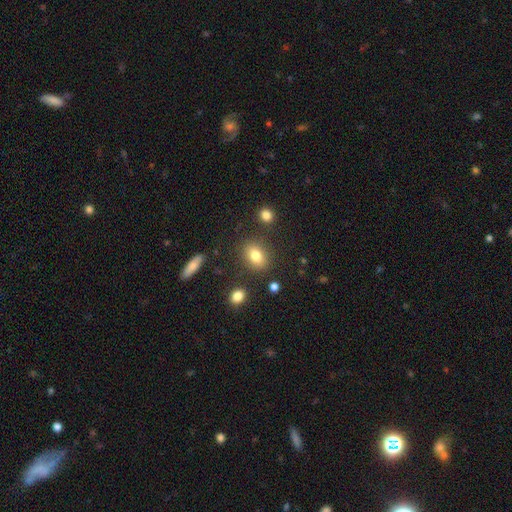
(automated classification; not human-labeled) Morphology: type=smooth (81%); roundness=in between (71%); merging=none (81%).